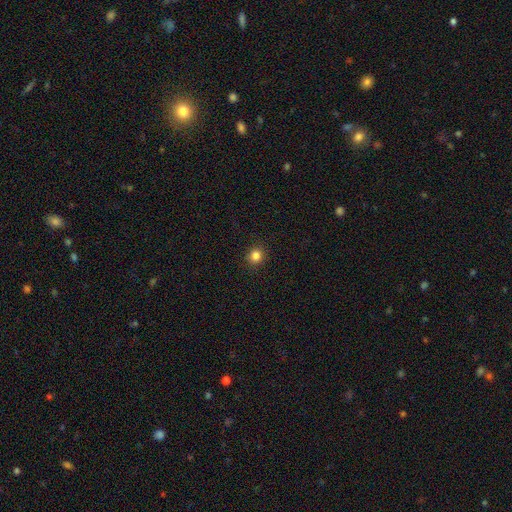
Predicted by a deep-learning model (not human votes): Morphology: type=smooth (84%); roundness=round (88%); merging=none (91%).